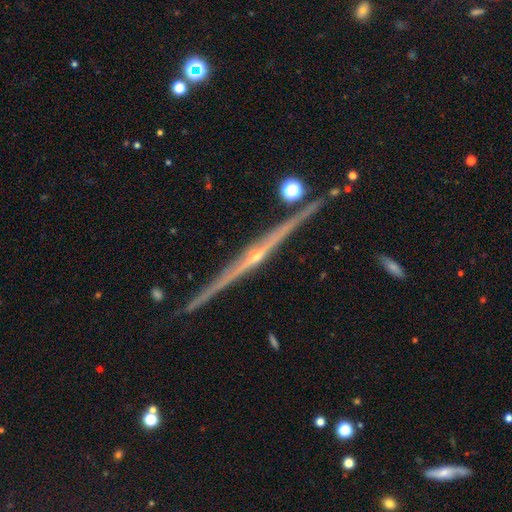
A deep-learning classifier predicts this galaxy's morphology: This is clearly a featured or disk galaxy (89%). It is clearly viewed edge-on (98%). Edge-on bulge: likely rounded (79%). Merging: clearly none (88%).